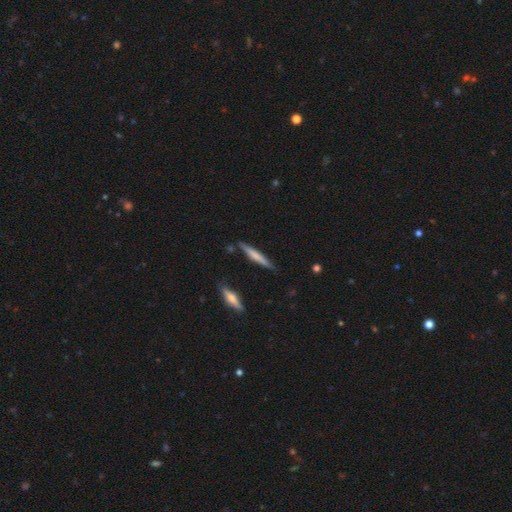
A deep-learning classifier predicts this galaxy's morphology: Smooth or featured? smooth (60%)
How rounded? cigar-shaped (94%)
Merging? none (85%)